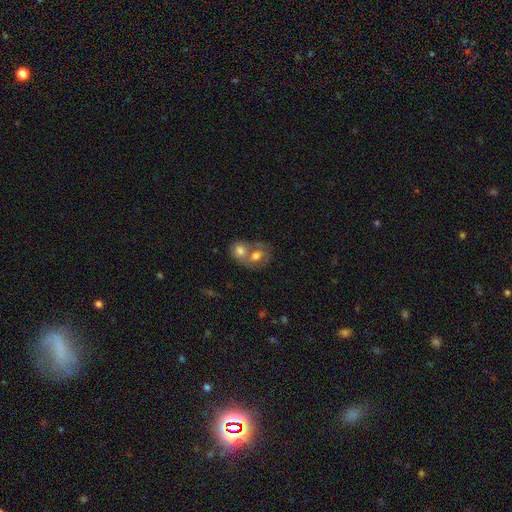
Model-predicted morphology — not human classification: smooth_or_featured: smooth (p=0.64) [alt: featured or disk p=0.28]
how_rounded: in between (p=0.53) [alt: round p=0.46]
merging: merger (p=0.70) [alt: none p=0.20]